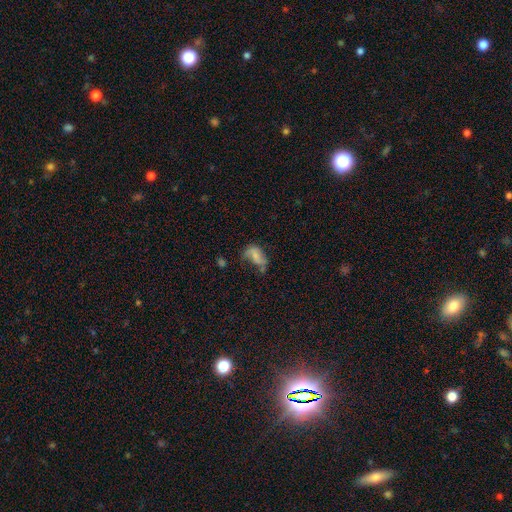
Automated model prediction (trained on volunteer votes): smooth 49%, featured or disk 40%, star or artifact 11%. Down the decision tree: merging — none (32%).